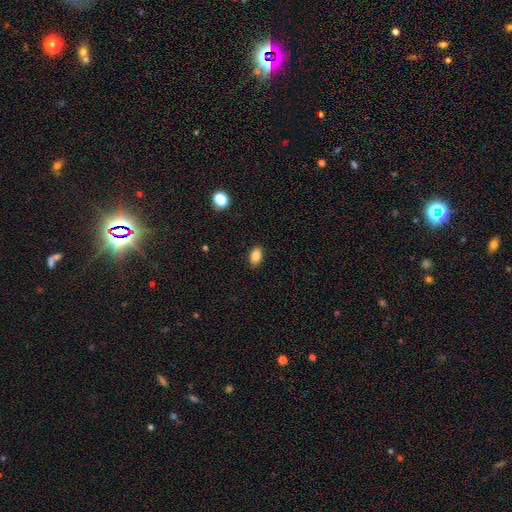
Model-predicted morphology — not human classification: This appears to be a smooth galaxy with no disk features (86%) that is in between round and cigar-shaped (89%). Merging: none (89%).